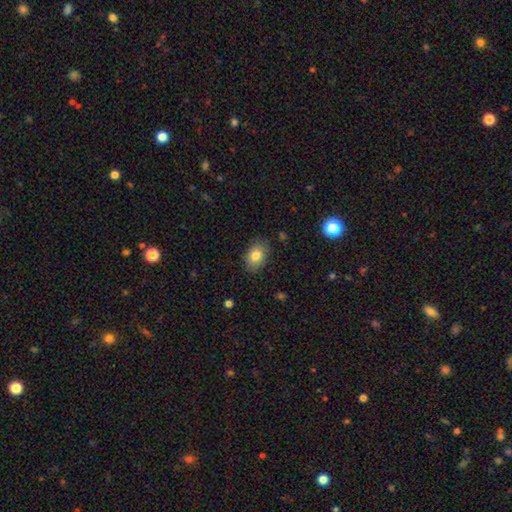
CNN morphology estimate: A smooth galaxy with no disk features (82%) that is in between round and cigar-shaped (76%).

Vote fractions:
- Smooth or featured? smooth: 82% / featured or disk: 10% / star or artifact: 9%
- How rounded? in between: 76% / round: 23% / cigar-shaped: 1%
- Merging? none: 84% / minor disturbance: 12% / major disturbance: 3% / merger: 1%